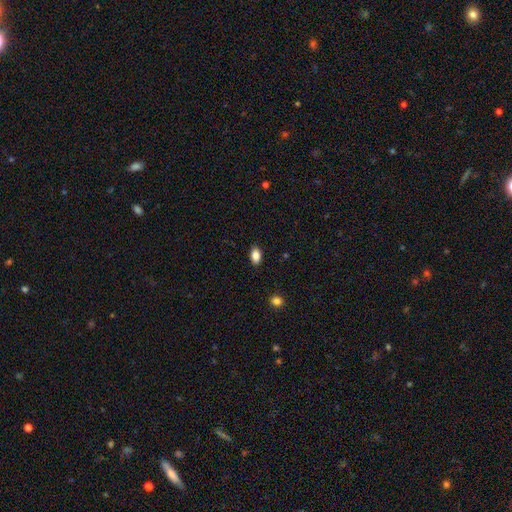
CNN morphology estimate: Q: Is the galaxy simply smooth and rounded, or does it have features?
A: smooth — 85%.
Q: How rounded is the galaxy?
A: in between — 88%.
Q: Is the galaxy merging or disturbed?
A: none — 88%.